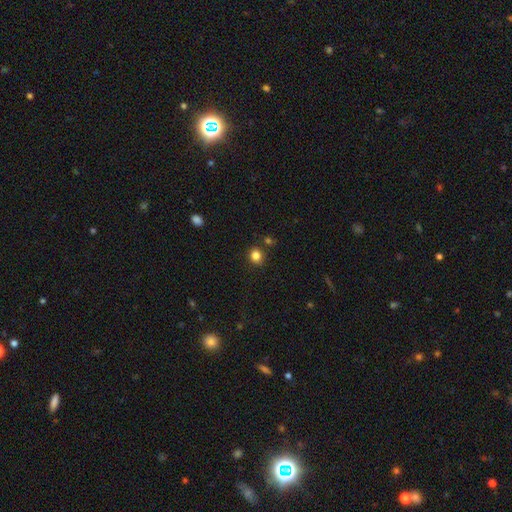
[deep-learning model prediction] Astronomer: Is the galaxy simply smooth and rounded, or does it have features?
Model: smooth — 83%.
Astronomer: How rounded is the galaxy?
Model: round — 74%.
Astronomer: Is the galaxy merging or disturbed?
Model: none — 84%.